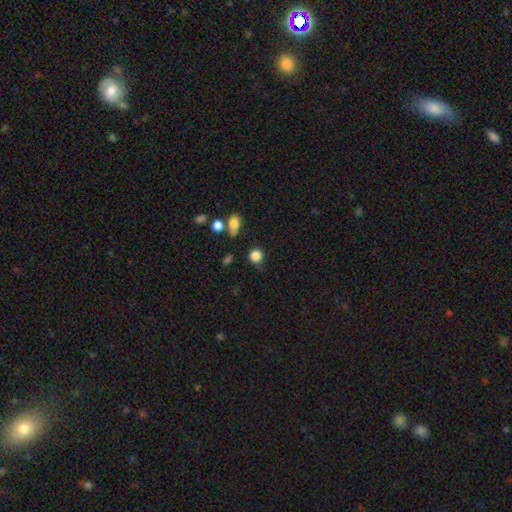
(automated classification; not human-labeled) The model was most divided on "merging": none: 76%, minor disturbance: 15%, major disturbance: 5%, merger: 5%. More confident: how rounded — round (89%); smooth or featured — smooth (85%).